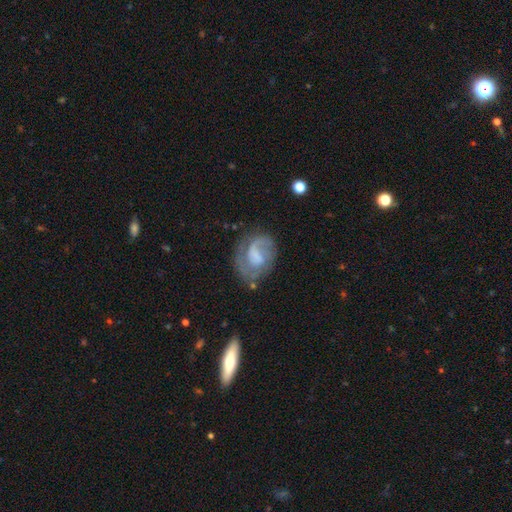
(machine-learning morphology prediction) This is likely a featured or disk galaxy (71%). It is clearly not viewed edge-on (97%). Bar: possibly weak (47%). Spiral arm pattern: clearly yes (87%). Spiral arm count: marginally 1 (42%). Spiral winding: marginally medium (43%). Central bulge: marginally none (41%). Merging: possibly none (58%).